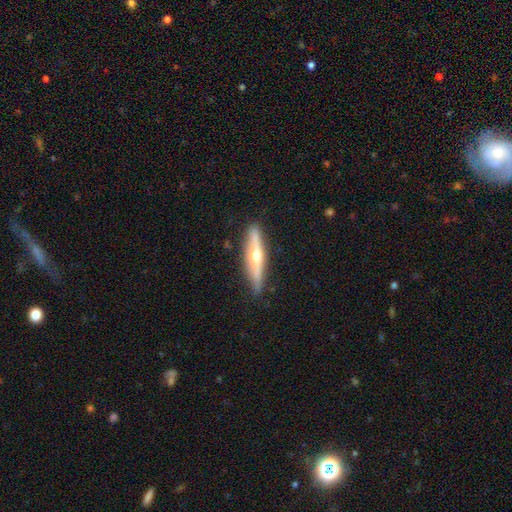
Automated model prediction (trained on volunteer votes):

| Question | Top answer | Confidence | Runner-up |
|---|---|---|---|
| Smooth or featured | featured or disk | 65% | smooth (30%) |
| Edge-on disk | yes | 92% | no (8%) |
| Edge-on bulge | rounded | 92% | none (5%) |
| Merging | none | 84% | minor disturbance (12%) |